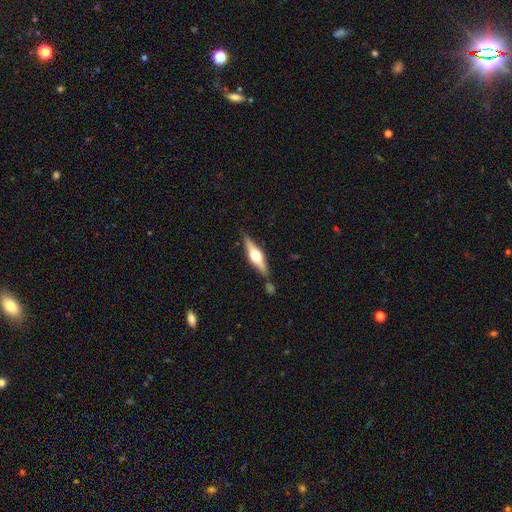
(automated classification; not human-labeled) Morphology: type=featured or disk (69%); edge-on=yes (96%); edge-on bulge=rounded (94%); merging=none (78%).